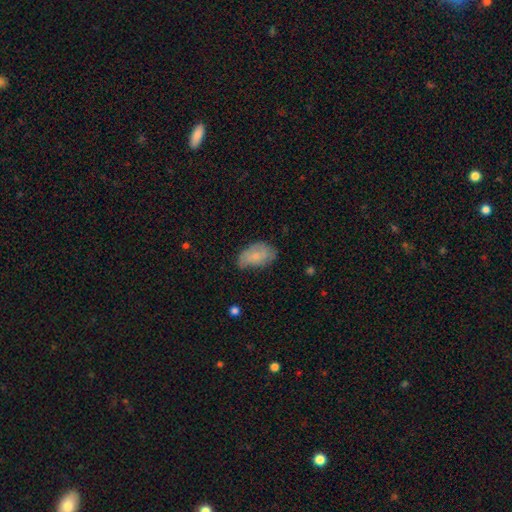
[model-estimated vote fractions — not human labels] This appears to be a smooth galaxy with no disk features (65%) that is in between round and cigar-shaped (92%). Merging: none (55%).